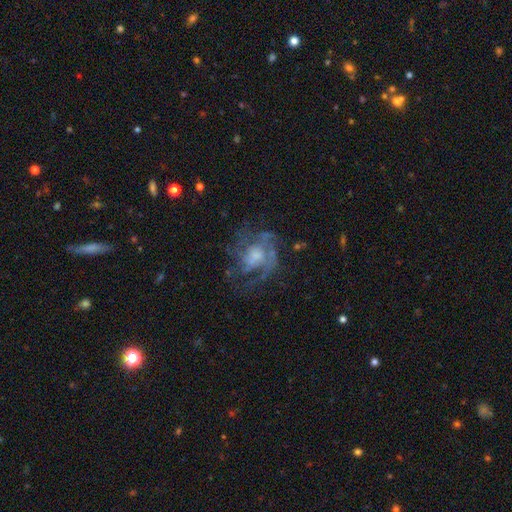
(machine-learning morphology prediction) smooth-or-featured: featured or disk: 77% | smooth: 13% | star or artifact: 10%
  disk-edge-on: no: 97% | yes: 3%
    bar: no: 72% | weak: 24% | strong: 4%
    has-spiral-arms: yes: 83% | no: 17%
      spiral-winding: medium: 44% | tight: 37% | loose: 19%
      spiral-arm-count: can't tell: 37% | 3: 22% | 2: 17% | 4: 11% | 1: 7% | more than 4: 6%
    bulge-size: moderate: 42% | small: 33% | none: 12% | large: 11% | dominant: 2%
  merging: none: 59% | major disturbance: 21% | minor disturbance: 18% | merger: 2%